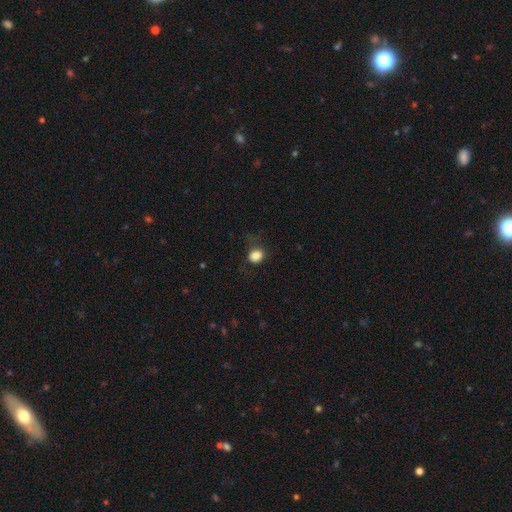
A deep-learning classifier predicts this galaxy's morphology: Smooth or featured? smooth (85%)
How rounded? round (61%)
Merging? none (65%)